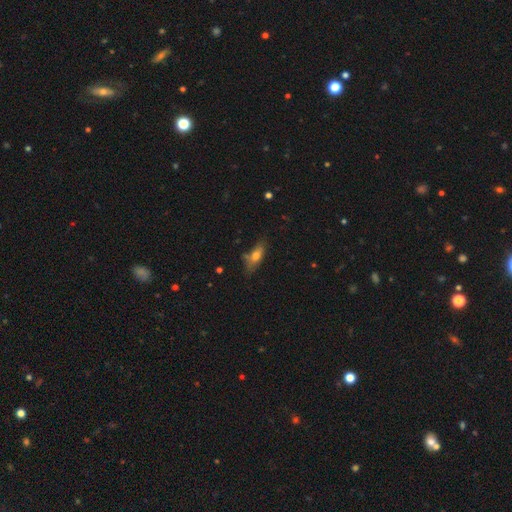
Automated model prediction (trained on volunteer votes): This appears to be a smooth galaxy with no disk features (66%) that is in between round and cigar-shaped (68%). Merging: none (61%).